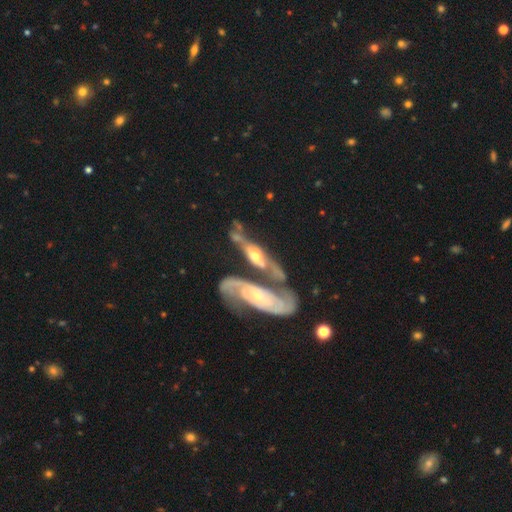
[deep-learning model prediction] Smooth or featured? featured or disk (79%)
Edge-on disk? no (61%)
Merging? merger (56%)